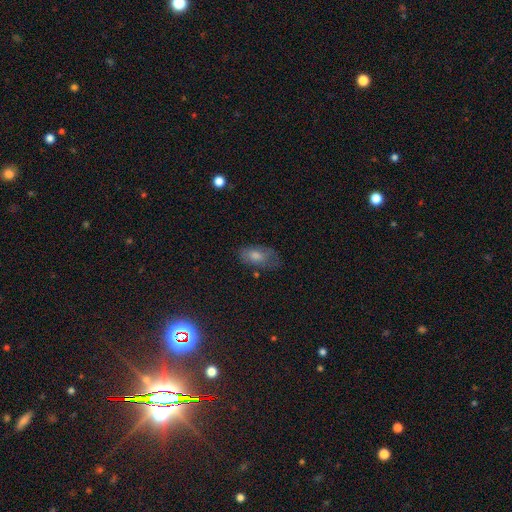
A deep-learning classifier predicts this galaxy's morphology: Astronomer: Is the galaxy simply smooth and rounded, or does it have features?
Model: smooth — 54%.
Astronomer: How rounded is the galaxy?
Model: in between — 87%.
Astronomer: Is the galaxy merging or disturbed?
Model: none — 64%.